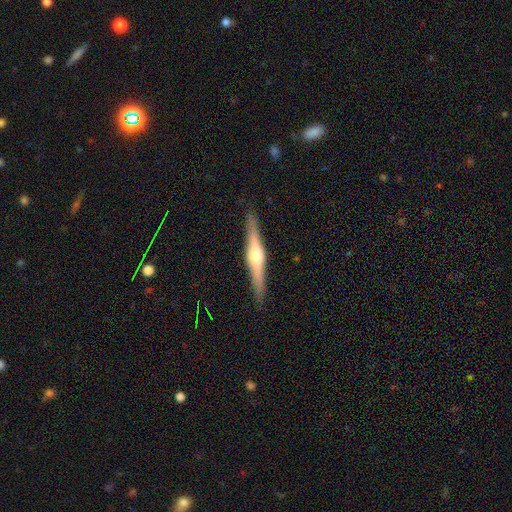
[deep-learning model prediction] featured or disk 74%, smooth 20%, star or artifact 5%. Down the decision tree: edge-on disk — yes (98%); edge-on bulge — rounded (89%); merging — none (91%).